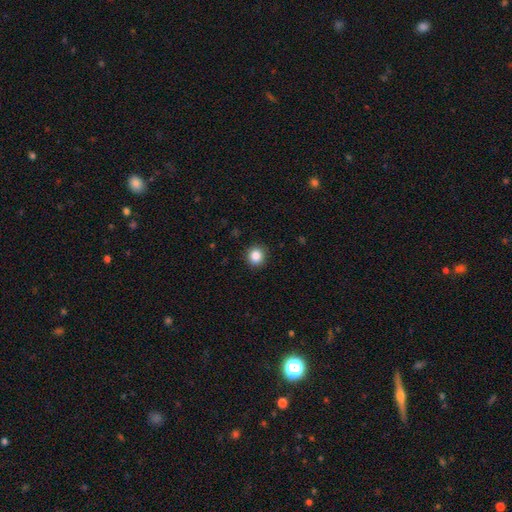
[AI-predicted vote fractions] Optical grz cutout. It shows a smooth galaxy with no disk features (86%) that is round (92%). Merging: none (92%).